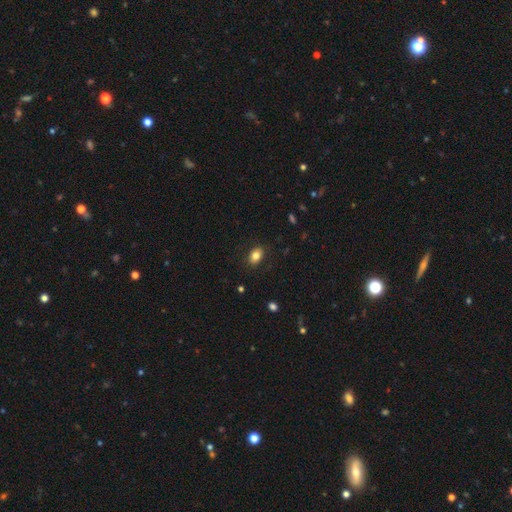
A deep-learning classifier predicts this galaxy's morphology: type=smooth (82%); roundness=in between (81%); merging=none (86%).